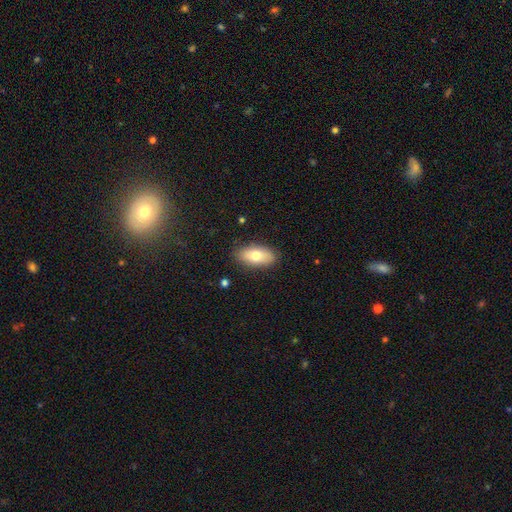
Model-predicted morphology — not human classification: Smooth or featured? smooth (72%)
How rounded? in between (89%)
Merging? none (86%)